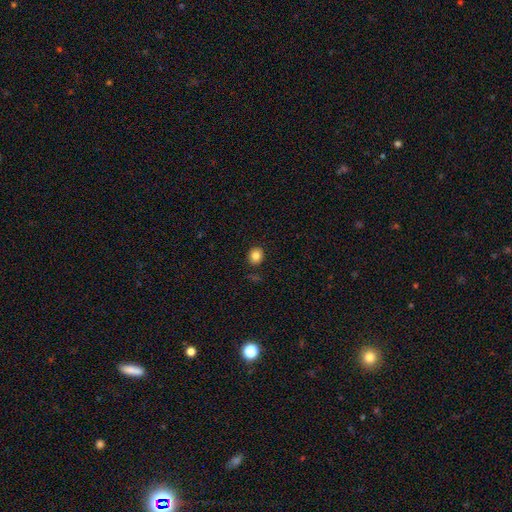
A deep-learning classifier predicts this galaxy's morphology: Smooth or featured?
  - smooth: 84% *
  - star or artifact: 10%
  - featured or disk: 5%
How rounded?
  - round: 74% *
  - in between: 25%
  - cigar-shaped: 1%
Merging?
  - none: 87% *
  - minor disturbance: 8%
  - major disturbance: 2%
  - merger: 2%